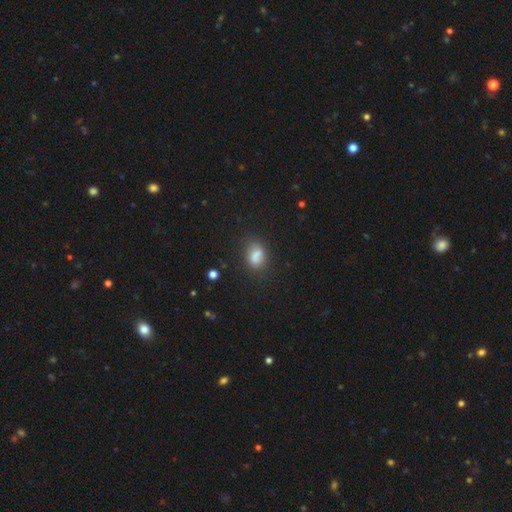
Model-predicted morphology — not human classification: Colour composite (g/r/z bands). It shows a smooth galaxy with no disk features (75%) that is in between round and cigar-shaped (73%). Merging: none (60%).